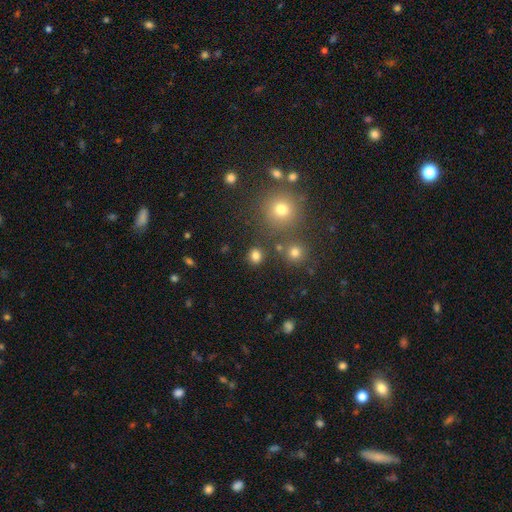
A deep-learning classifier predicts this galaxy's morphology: Q: Smooth or featured?
A: smooth (79%); runner-up: star or artifact (17%)
Q: How rounded?
A: round (84%); runner-up: in between (15%)
Q: Merging?
A: none (86%); runner-up: minor disturbance (7%)